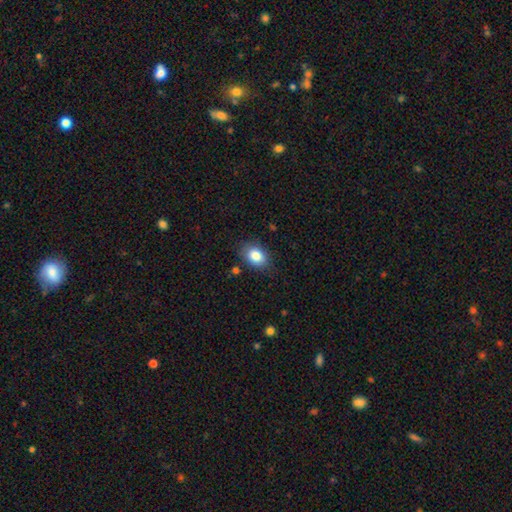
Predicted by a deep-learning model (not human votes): Q: Smooth or featured?
A: smooth (84%); runner-up: star or artifact (8%)
Q: How rounded?
A: in between (75%); runner-up: round (24%)
Q: Merging?
A: none (80%); runner-up: minor disturbance (14%)